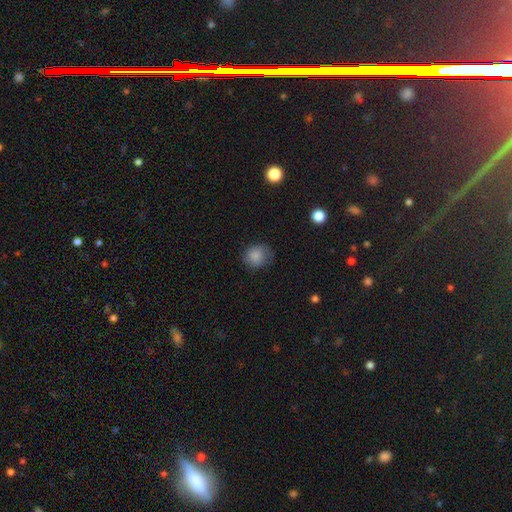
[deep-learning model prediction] Smooth or featured? Predicted: smooth (p=0.85). How rounded? Predicted: round (p=0.76). Merging? Predicted: none (p=0.73).